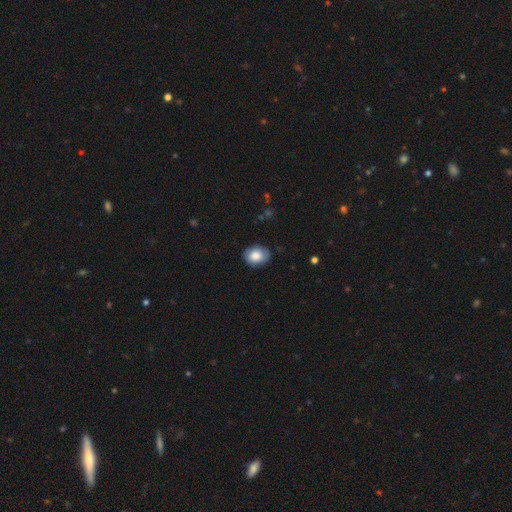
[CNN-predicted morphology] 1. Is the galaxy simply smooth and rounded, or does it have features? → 83% smooth, 10% featured or disk, 7% star or artifact.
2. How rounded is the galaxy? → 62% in between, 37% round, 1% cigar-shaped.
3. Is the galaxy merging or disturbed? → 81% none, 16% minor disturbance, 3% major disturbance, 1% merger.